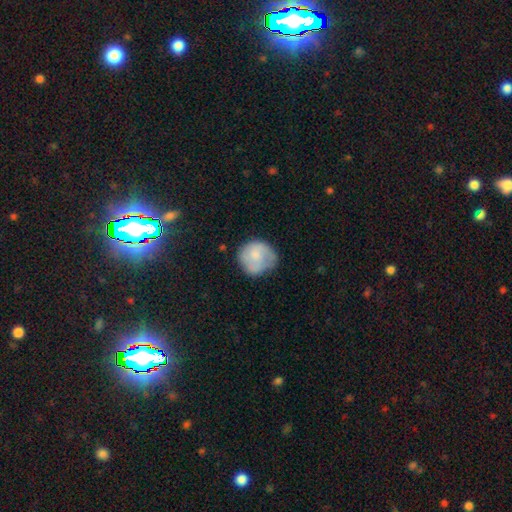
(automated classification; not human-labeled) This appears to be a smooth galaxy with no disk features (61%) that is round (83%). Merging: none (55%).